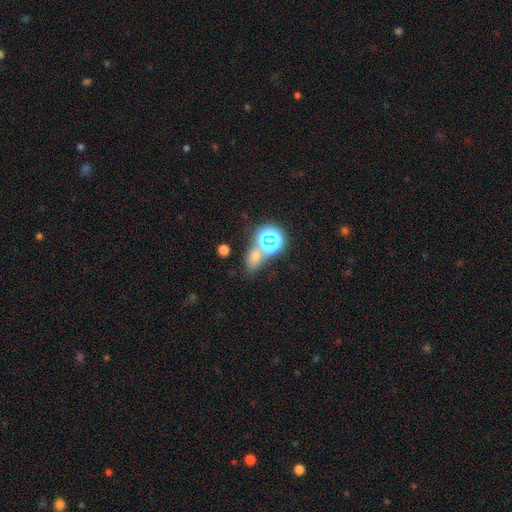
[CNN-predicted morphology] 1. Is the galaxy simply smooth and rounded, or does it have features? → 47% star or artifact, 42% smooth, 10% featured or disk.